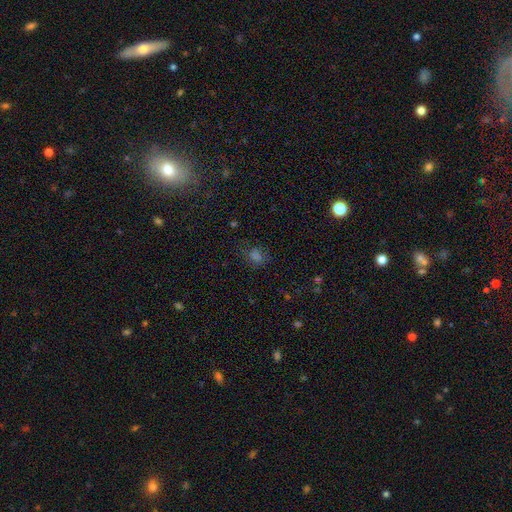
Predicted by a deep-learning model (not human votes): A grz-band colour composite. It shows a smooth galaxy with no disk features (54%) that is in between round and cigar-shaped (53%). Merging: none (69%).